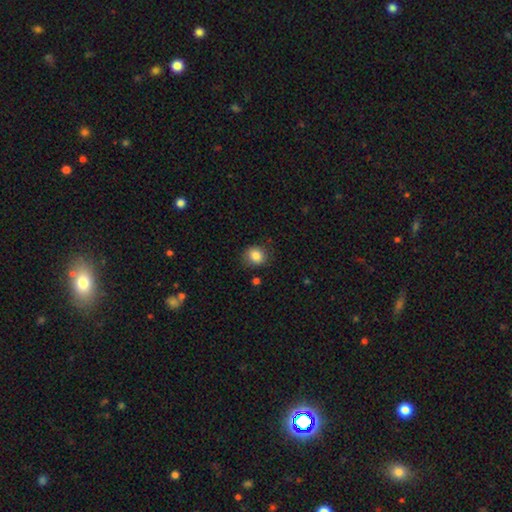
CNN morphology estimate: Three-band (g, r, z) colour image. It shows a smooth galaxy with no disk features (84%) that is round (75%). Merging: none (81%).